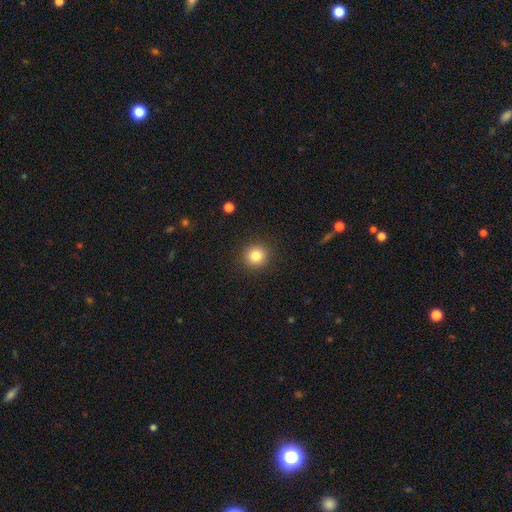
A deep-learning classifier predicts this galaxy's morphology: Smooth or featured? smooth (83%)
How rounded? round (90%)
Merging? none (91%)